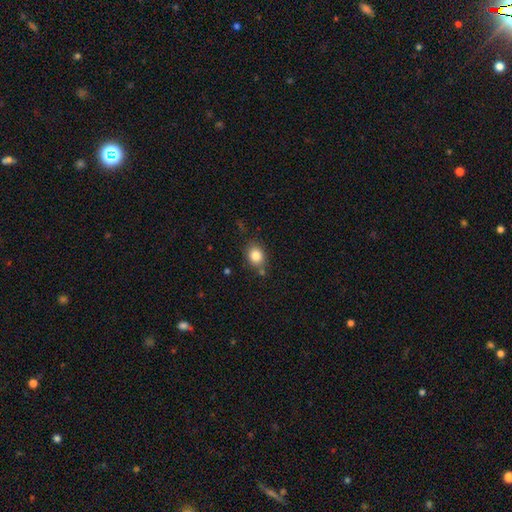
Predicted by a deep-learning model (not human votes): Morphology: type=smooth (84%); roundness=round (58%); merging=none (73%).